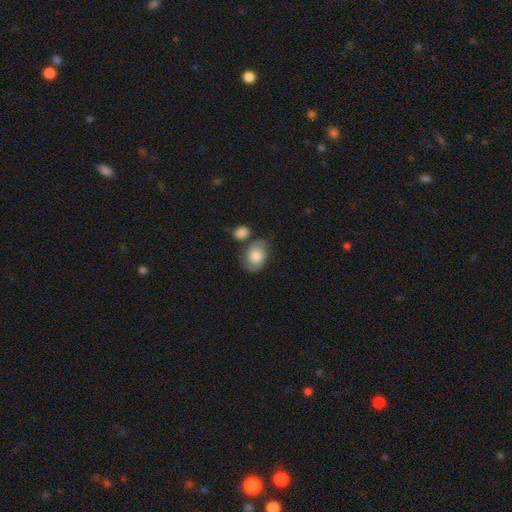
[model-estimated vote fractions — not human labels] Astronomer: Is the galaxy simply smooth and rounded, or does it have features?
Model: featured or disk — 52% (runner-up: smooth, 41%).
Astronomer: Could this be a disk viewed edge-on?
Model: no — 97%.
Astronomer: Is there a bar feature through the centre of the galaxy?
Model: no — 76%.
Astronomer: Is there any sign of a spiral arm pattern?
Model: yes — 84%.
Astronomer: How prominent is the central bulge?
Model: moderate — 40% (runner-up: large, 33%).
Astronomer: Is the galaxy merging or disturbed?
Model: none — 58%.